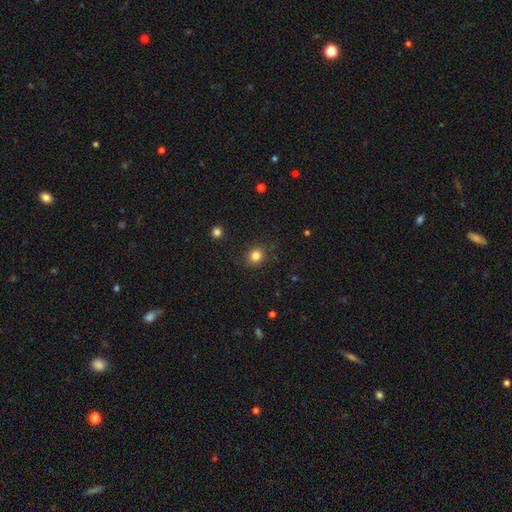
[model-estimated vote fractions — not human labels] smooth_or_featured: smooth (p=0.82) [alt: star or artifact p=0.12]
how_rounded: round (p=0.81) [alt: in between p=0.18]
merging: none (p=0.86) [alt: minor disturbance p=0.09]